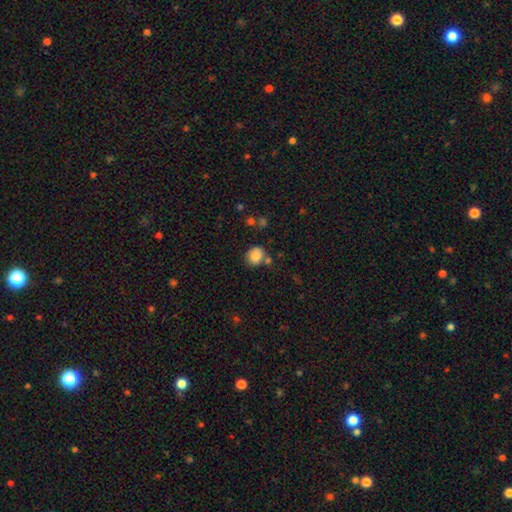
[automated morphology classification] Smooth or featured? smooth (84%)
How rounded? round (73%)
Merging? none (64%)